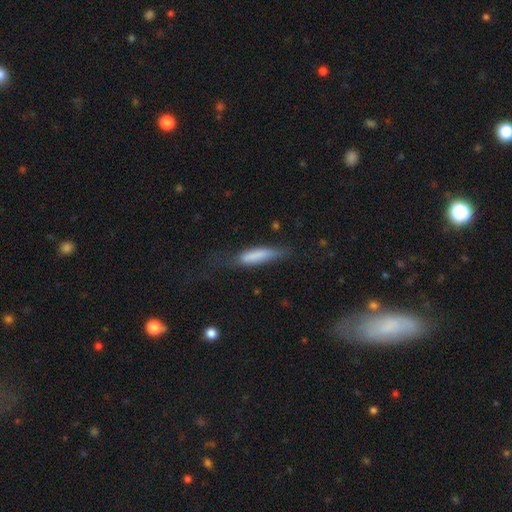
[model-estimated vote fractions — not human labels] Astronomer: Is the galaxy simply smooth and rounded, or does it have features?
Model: smooth — 76%.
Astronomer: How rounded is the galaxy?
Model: cigar-shaped — 73%.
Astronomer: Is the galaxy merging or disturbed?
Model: none — 47% (runner-up: minor disturbance, 29%).